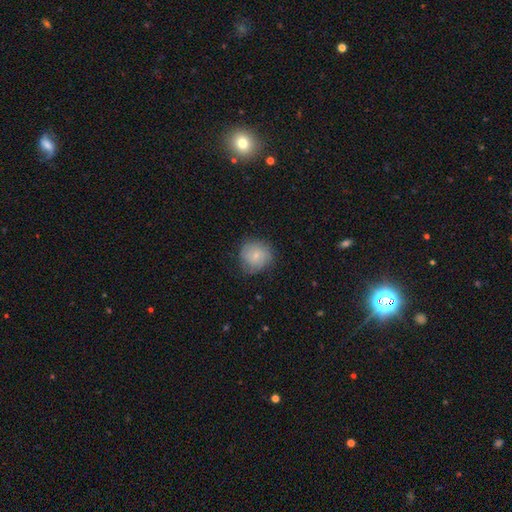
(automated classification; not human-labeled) Q: Smooth or featured?
A: smooth (54%); runner-up: featured or disk (39%)
Q: How rounded?
A: round (88%); runner-up: in between (11%)
Q: Merging?
A: none (74%); runner-up: minor disturbance (19%)